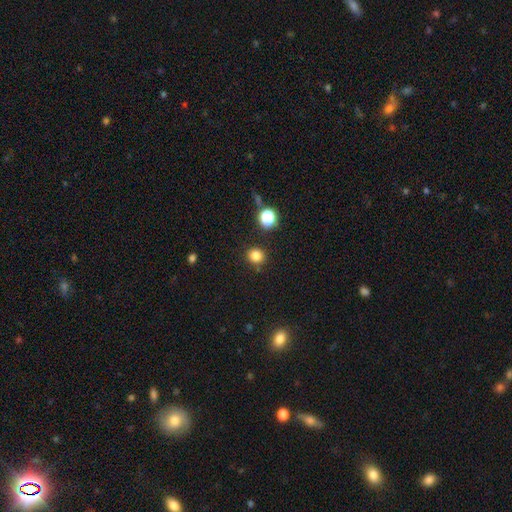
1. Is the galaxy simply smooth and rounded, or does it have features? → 95% smooth, 3% featured or disk, 3% star or artifact.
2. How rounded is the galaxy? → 81% round, 19% in between, 0% cigar-shaped.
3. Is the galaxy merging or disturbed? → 82% none, 16% minor disturbance, 3% major disturbance, 0% merger.